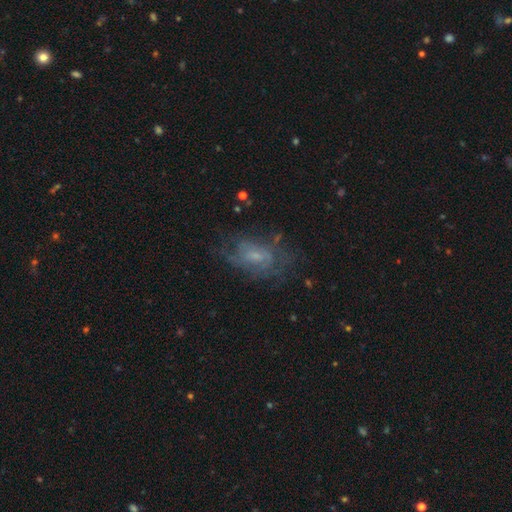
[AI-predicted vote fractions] Smooth or featured?
  - featured or disk: 60% *
  - smooth: 28%
  - star or artifact: 13%
Edge-on disk?
  - no: 95% *
  - yes: 5%
Bar?
  - no: 57% *
  - weak: 37%
  - strong: 6%
Spiral arms?
  - yes: 68% *
  - no: 32%
Bulge size?
  - small: 50% *
  - moderate: 28%
  - none: 18%
  - large: 4%
  - dominant: 1%
Merging?
  - none: 58% *
  - minor disturbance: 21%
  - major disturbance: 19%
  - merger: 2%